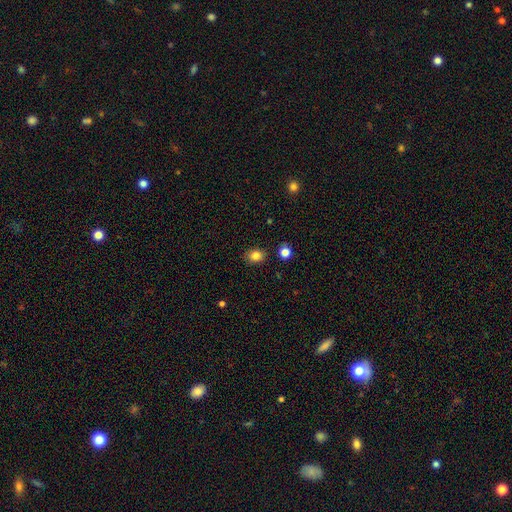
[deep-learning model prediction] A smooth galaxy with no disk features (83%) that is in between round and cigar-shaped (53%).

Vote fractions:
- Smooth or featured? smooth: 83% / star or artifact: 11% / featured or disk: 6%
- How rounded? in between: 53% / round: 46% / cigar-shaped: 1%
- Merging? none: 86% / minor disturbance: 9% / merger: 3% / major disturbance: 2%